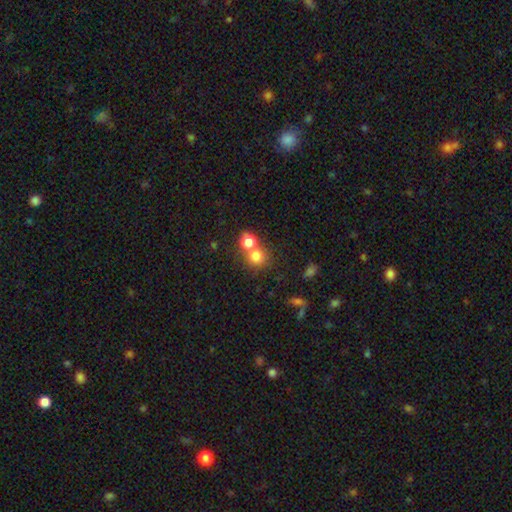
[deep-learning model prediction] Smooth or featured? Predicted: smooth (p=0.76). How rounded? Predicted: round (p=0.82). Merging? Predicted: merger (p=0.46).